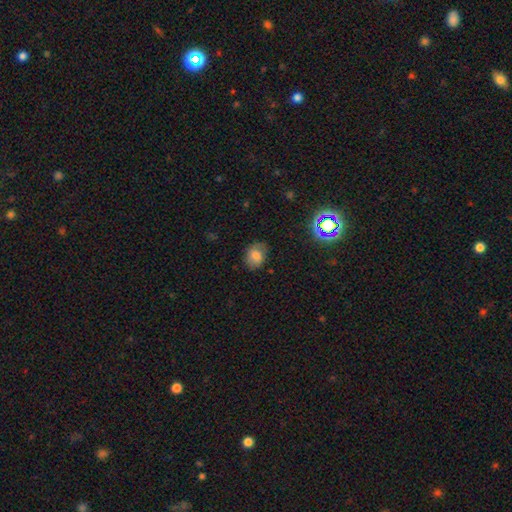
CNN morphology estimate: Overall: smooth (73%). How rounded: in between (54%; round 45%). Merging: none (70%).